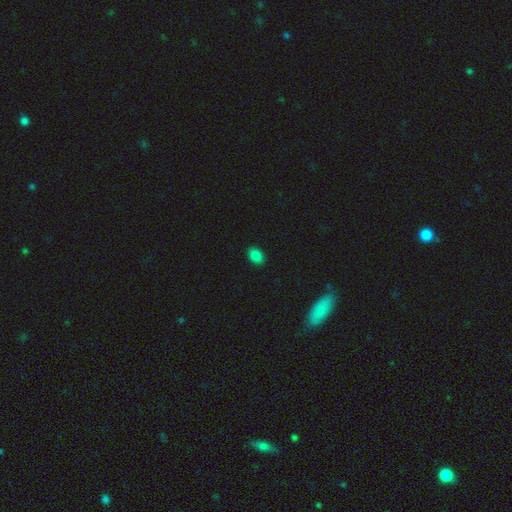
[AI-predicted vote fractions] smooth_or_featured: smooth (p=0.85) [alt: star or artifact p=0.11]
how_rounded: in between (p=0.80) [alt: round p=0.18]
merging: none (p=0.90) [alt: minor disturbance p=0.07]